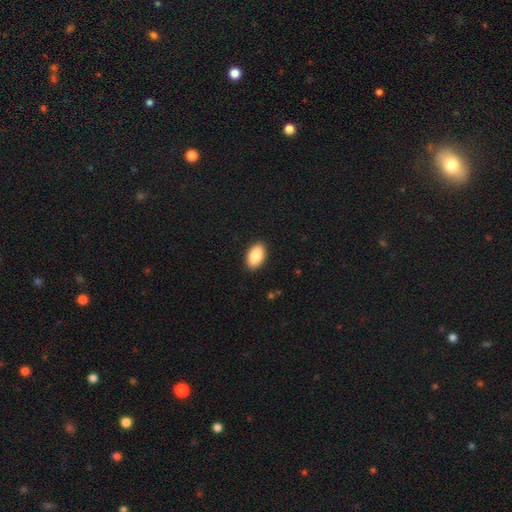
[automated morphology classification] Smooth or featured? smooth (88%)
How rounded? in between (94%)
Merging? none (90%)